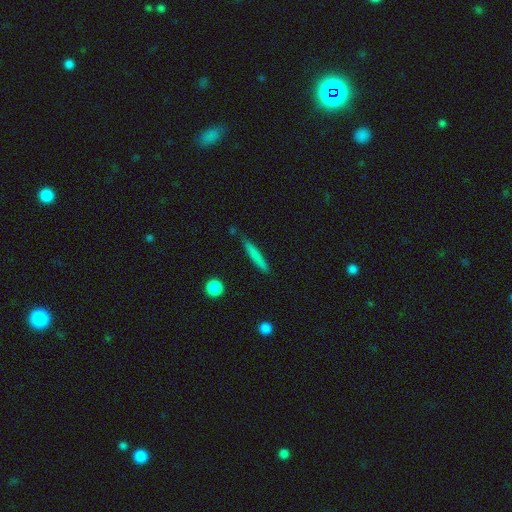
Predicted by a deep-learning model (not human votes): A smooth galaxy with no disk features (75%) that is cigar-shaped (94%).

Vote fractions:
- Smooth or featured? smooth: 75% / featured or disk: 19% / star or artifact: 6%
- How rounded? cigar-shaped: 94% / in between: 4% / round: 2%
- Merging? none: 83% / minor disturbance: 12% / merger: 3% / major disturbance: 2%